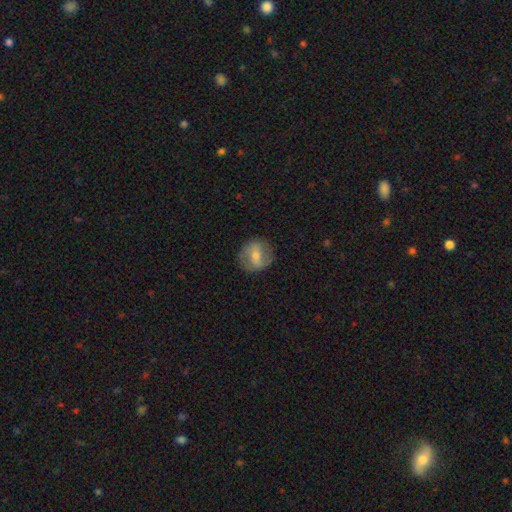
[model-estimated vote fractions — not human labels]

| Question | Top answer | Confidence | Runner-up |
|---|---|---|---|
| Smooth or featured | featured or disk | 51% | smooth (41%) |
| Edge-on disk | no | 94% | yes (6%) |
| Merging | none | 82% | minor disturbance (12%) |